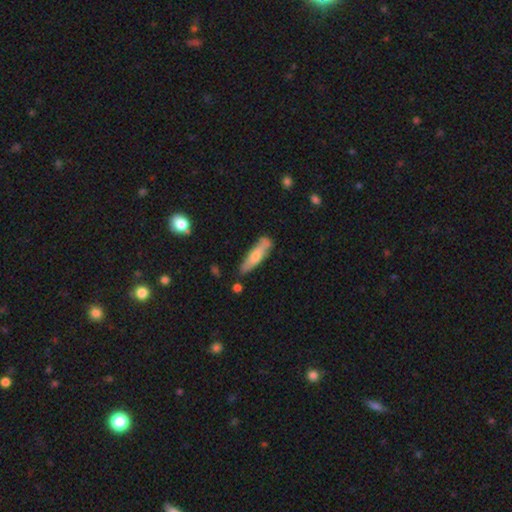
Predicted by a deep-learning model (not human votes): A smooth galaxy with no disk features (59%) that is cigar-shaped (75%).

Vote fractions:
- Smooth or featured? smooth: 59% / featured or disk: 35% / star or artifact: 6%
- How rounded? cigar-shaped: 75% / in between: 23% / round: 2%
- Merging? none: 72% / minor disturbance: 20% / merger: 4% / major disturbance: 4%